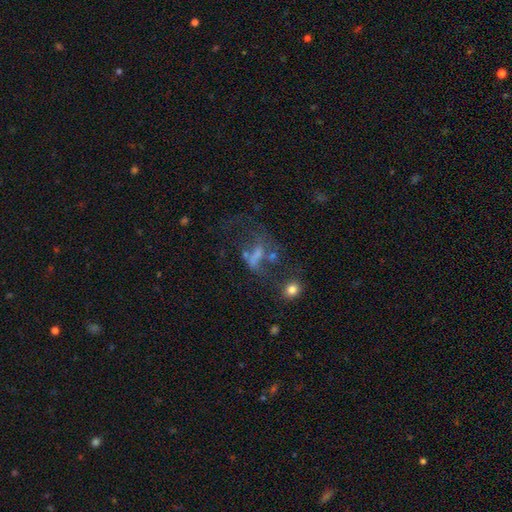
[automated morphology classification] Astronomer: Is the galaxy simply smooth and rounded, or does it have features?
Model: featured or disk — 48% (runner-up: star or artifact, 26%).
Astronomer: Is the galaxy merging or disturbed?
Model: major disturbance — 40% (runner-up: none, 31%).